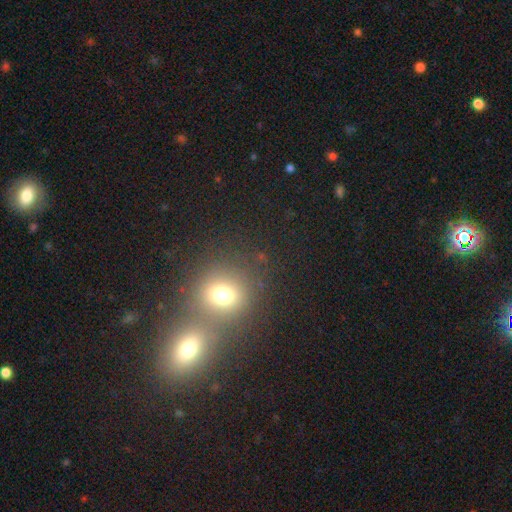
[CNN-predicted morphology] Smooth or featured? smooth (60%)
How rounded? round (70%)
Merging? merger (54%)